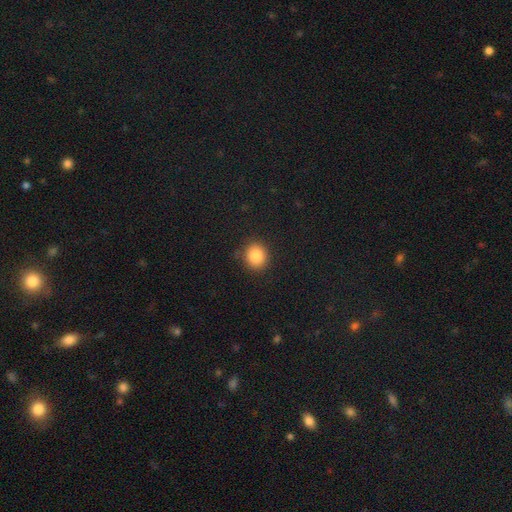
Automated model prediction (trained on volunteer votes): smooth-or-featured: smooth: 84% | star or artifact: 10% | featured or disk: 6%
  how-rounded: round: 77% | in between: 22% | cigar-shaped: 1%
  merging: none: 87% | minor disturbance: 9% | major disturbance: 3% | merger: 1%